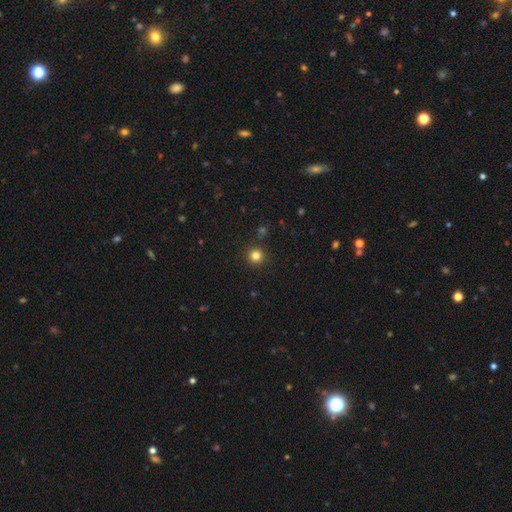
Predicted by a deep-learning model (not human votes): smooth_or_featured: smooth (p=0.81) [alt: star or artifact p=0.14]
how_rounded: round (p=0.95) [alt: in between p=0.04]
merging: none (p=0.90) [alt: minor disturbance p=0.05]